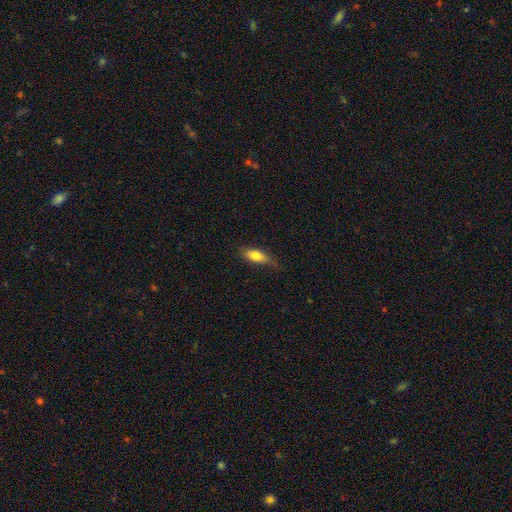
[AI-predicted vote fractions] Smooth or featured? smooth (77%)
How rounded? in between (70%)
Merging? none (59%)